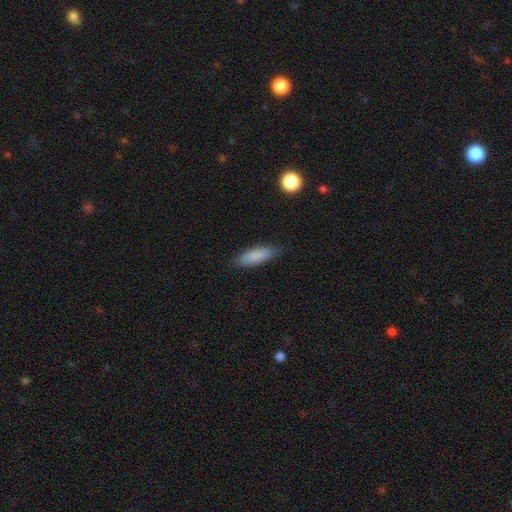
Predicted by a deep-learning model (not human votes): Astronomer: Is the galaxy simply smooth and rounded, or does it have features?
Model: smooth — 86%.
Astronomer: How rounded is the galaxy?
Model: in between — 52% (runner-up: cigar-shaped, 46%).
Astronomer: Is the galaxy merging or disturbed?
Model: none — 84%.